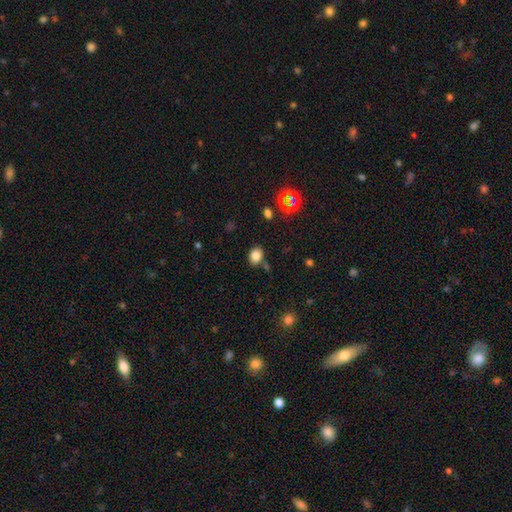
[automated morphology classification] This is clearly a smooth galaxy (82%). How rounded: possibly in between (60%). Merging: likely none (77%).